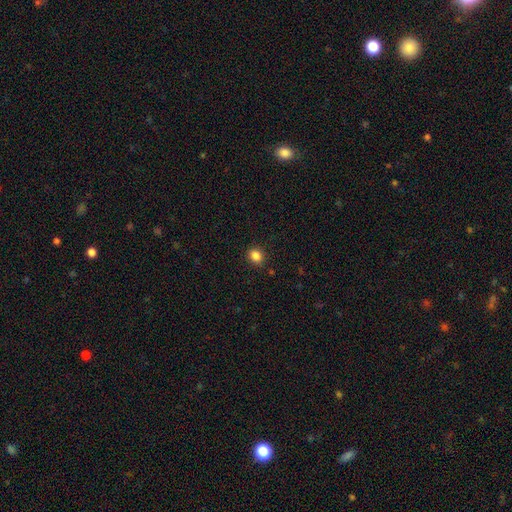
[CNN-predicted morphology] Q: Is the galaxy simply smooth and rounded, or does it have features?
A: smooth — 85%.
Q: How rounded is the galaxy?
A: round — 57%.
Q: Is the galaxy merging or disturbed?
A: none — 88%.